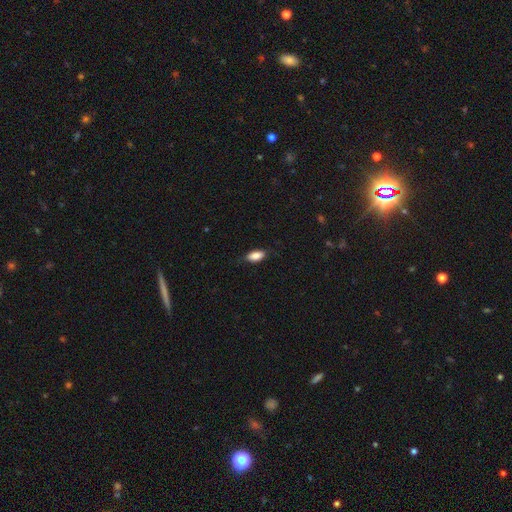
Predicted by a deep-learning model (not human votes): Smooth or featured? smooth (86%)
How rounded? in between (88%)
Merging? none (80%)